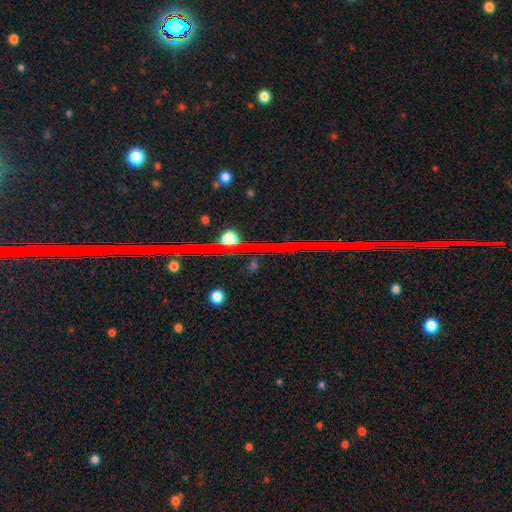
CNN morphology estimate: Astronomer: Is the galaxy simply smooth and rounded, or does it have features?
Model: star or artifact — 76%.